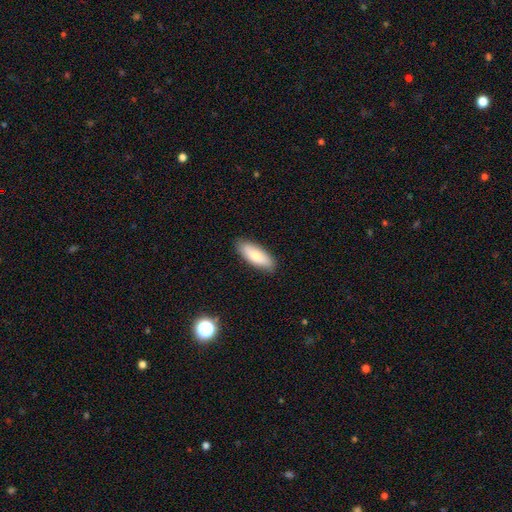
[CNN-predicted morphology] The model was most divided on "how rounded": in between: 76%, cigar-shaped: 22%, round: 2%. More confident: merging — none (87%); smooth or featured — smooth (77%).